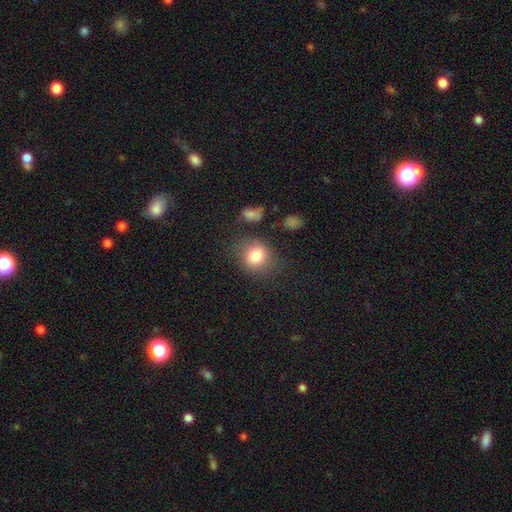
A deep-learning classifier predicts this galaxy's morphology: type=smooth (81%); roundness=round (73%); merging=none (73%).